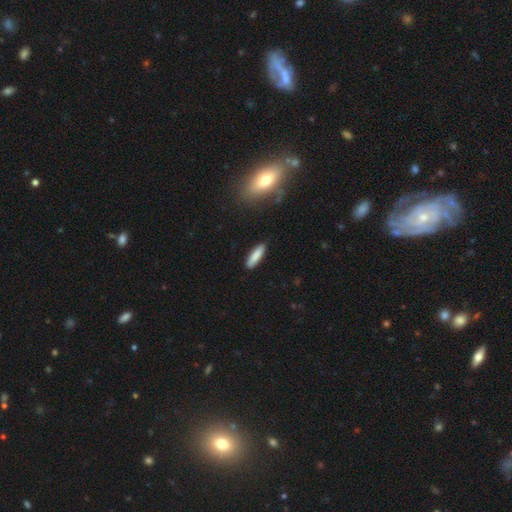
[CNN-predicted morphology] A smooth galaxy with no disk features (85%) that is cigar-shaped (72%). Merging: none (87%).